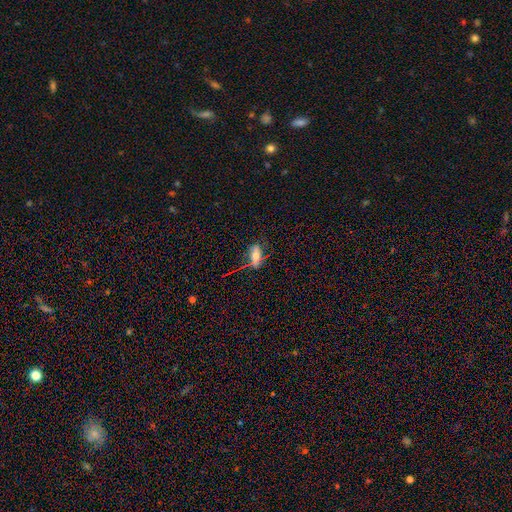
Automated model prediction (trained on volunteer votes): This is likely a smooth galaxy (63%). How rounded: clearly in between (84%). Merging: likely none (61%).